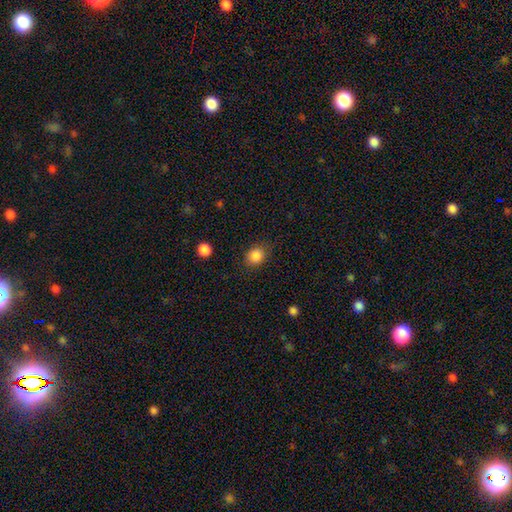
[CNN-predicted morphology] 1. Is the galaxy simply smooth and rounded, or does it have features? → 86% smooth, 10% star or artifact, 4% featured or disk.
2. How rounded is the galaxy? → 61% round, 38% in between, 1% cigar-shaped.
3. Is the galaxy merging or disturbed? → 80% none, 14% minor disturbance, 4% major disturbance, 1% merger.